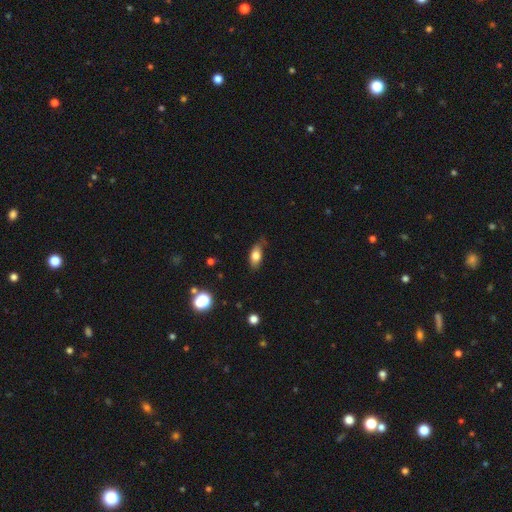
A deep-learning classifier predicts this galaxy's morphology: Smooth or featured? Predicted: smooth (p=0.76). How rounded? Predicted: in between (p=0.83). Merging? Predicted: none (p=0.69).